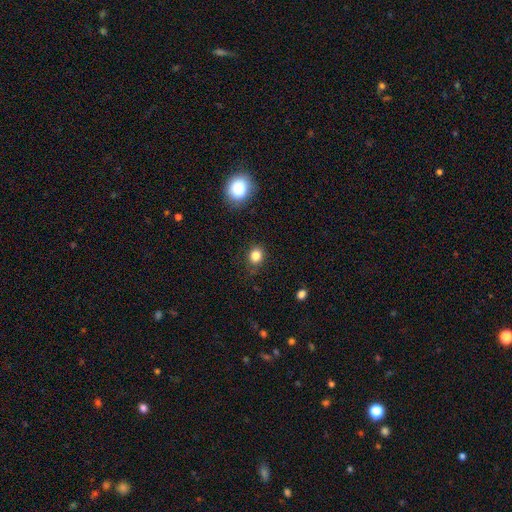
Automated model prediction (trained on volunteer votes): Smooth or featured?
  - smooth: 84% *
  - star or artifact: 11%
  - featured or disk: 5%
How rounded?
  - round: 70% *
  - in between: 29%
  - cigar-shaped: 1%
Merging?
  - none: 81% *
  - minor disturbance: 14%
  - major disturbance: 4%
  - merger: 2%